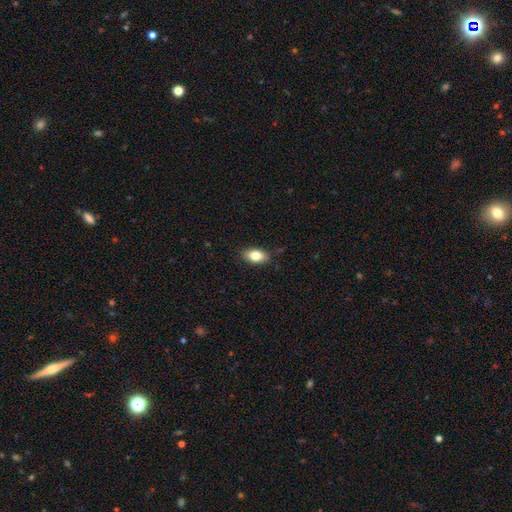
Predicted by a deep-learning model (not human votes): smooth_or_featured: smooth (p=0.81) [alt: featured or disk p=0.11]
how_rounded: in between (p=0.87) [alt: round p=0.09]
merging: none (p=0.85) [alt: minor disturbance p=0.12]